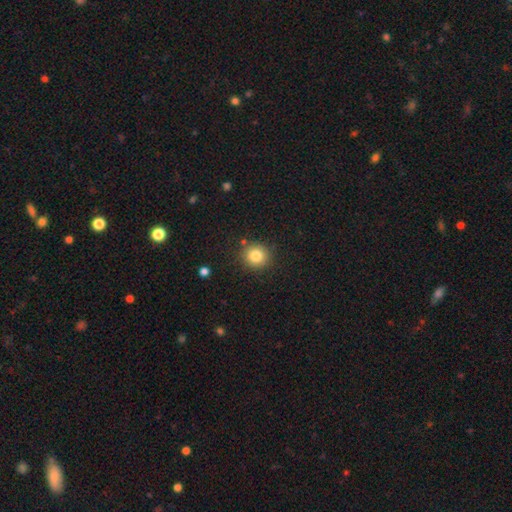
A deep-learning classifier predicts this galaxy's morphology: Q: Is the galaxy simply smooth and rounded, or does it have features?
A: smooth — 82%.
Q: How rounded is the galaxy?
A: round — 89%.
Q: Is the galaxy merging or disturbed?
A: none — 87%.